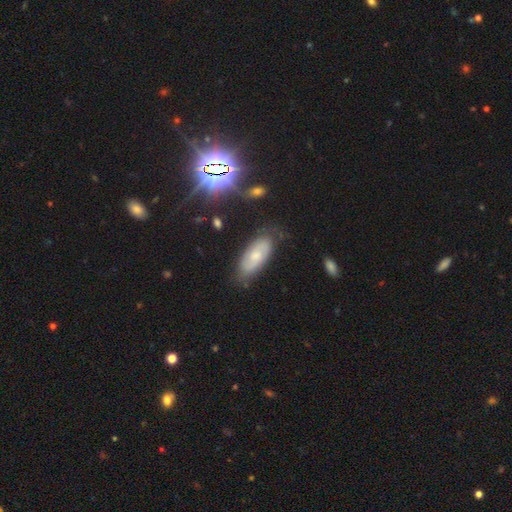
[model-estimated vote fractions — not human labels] Smooth or featured?
  - smooth: 47% *
  - featured or disk: 42%
  - star or artifact: 11%
Merging?
  - none: 73% *
  - minor disturbance: 20%
  - major disturbance: 5%
  - merger: 2%